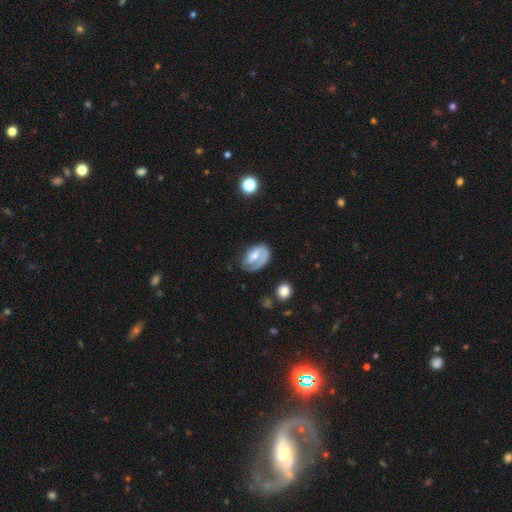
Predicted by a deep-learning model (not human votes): smooth-or-featured: featured or disk: 67% | smooth: 27% | star or artifact: 7%
  disk-edge-on: no: 97% | yes: 3%
    bar: weak: 45% | no: 38% | strong: 17%
    has-spiral-arms: yes: 88% | no: 12%
      spiral-winding: tight: 44% | medium: 36% | loose: 20%
      spiral-arm-count: 1: 56% | 2: 30% | can't tell: 10% | 3: 2% | 4: 1% | more than 4: 1%
    bulge-size: moderate: 41% | small: 39% | none: 13% | large: 6% | dominant: 2%
  merging: none: 57% | minor disturbance: 24% | major disturbance: 16% | merger: 3%